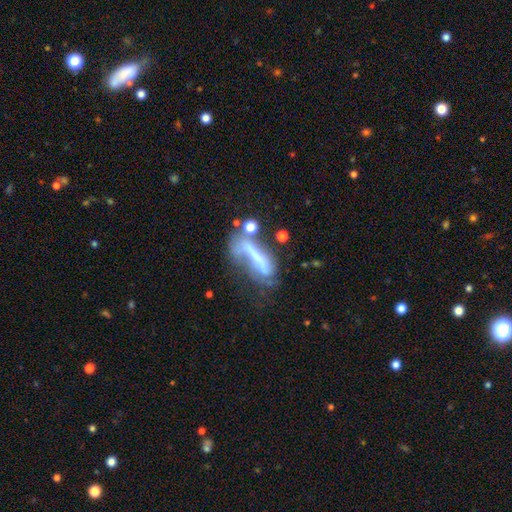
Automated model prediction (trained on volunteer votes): Q: Smooth or featured?
A: featured or disk (48%); runner-up: smooth (39%)
Q: Merging?
A: major disturbance (36%); runner-up: merger (23%)